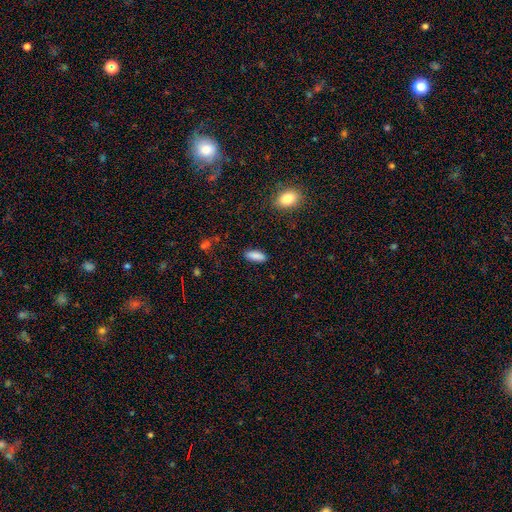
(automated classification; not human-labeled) Q: Smooth or featured?
A: smooth (87%); runner-up: star or artifact (7%)
Q: How rounded?
A: in between (70%); runner-up: cigar-shaped (28%)
Q: Merging?
A: none (88%); runner-up: minor disturbance (9%)